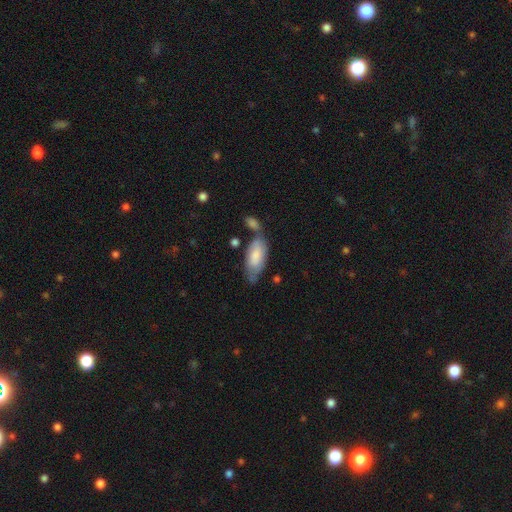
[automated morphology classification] Overall: smooth (73%). How rounded: in between (87%). Merging: none (43%; minor disturbance 26%).